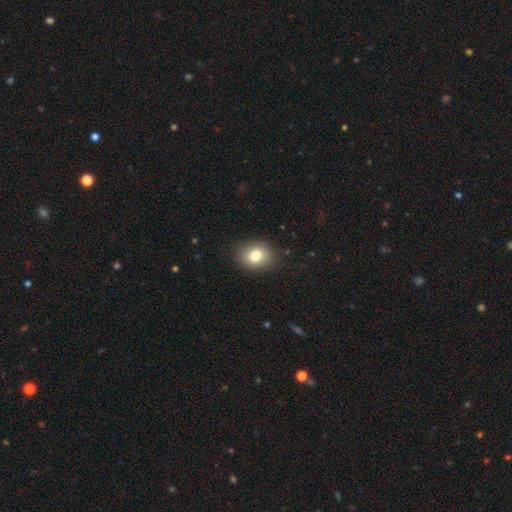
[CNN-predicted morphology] The model was most divided on "how rounded": in between: 53%, round: 46%, cigar-shaped: 1%. More confident: merging — none (87%); smooth or featured — smooth (81%).